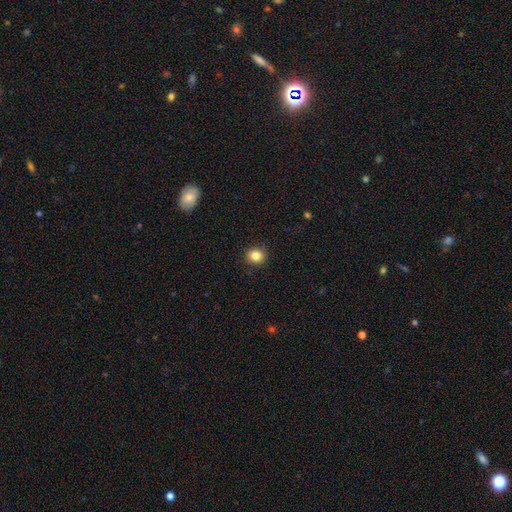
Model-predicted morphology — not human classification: This appears to be a smooth galaxy with no disk features (84%) that is round (84%). Merging: none (90%).